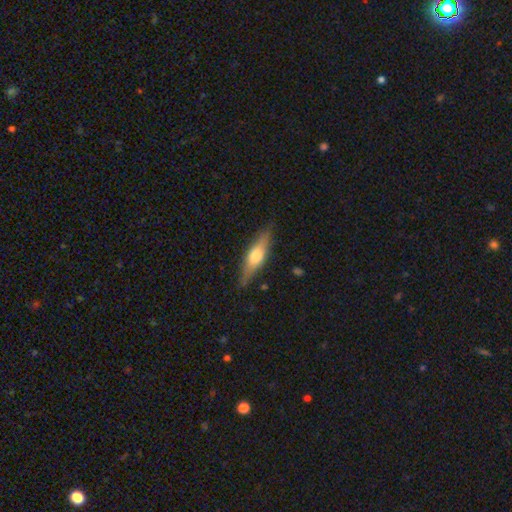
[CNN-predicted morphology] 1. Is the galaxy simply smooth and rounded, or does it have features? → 47% smooth (tied), 47% featured or disk (tied), 6% star or artifact.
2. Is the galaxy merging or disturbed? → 82% none, 13% minor disturbance, 3% major disturbance, 1% merger.